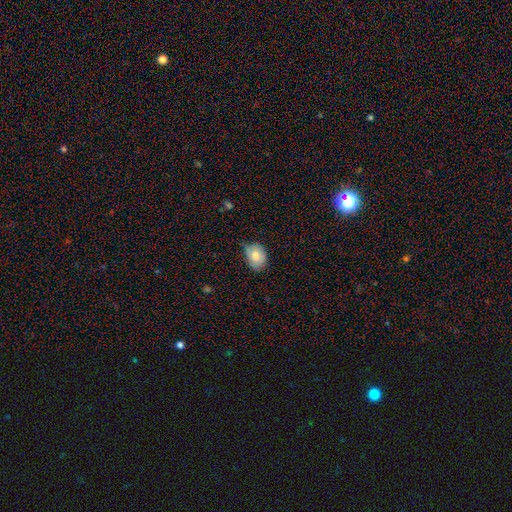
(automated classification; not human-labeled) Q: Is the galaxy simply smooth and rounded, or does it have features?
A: smooth — 78%.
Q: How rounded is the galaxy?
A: in between — 67%.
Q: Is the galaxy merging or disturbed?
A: none — 54%.